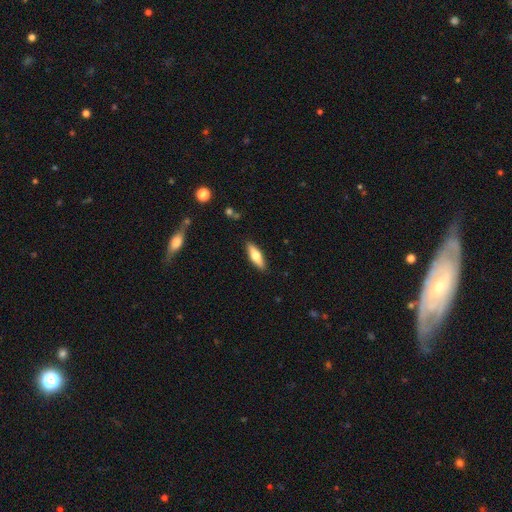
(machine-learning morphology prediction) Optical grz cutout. It shows a smooth galaxy with no disk features (55%) that is cigar-shaped (52%). Merging: none (89%).